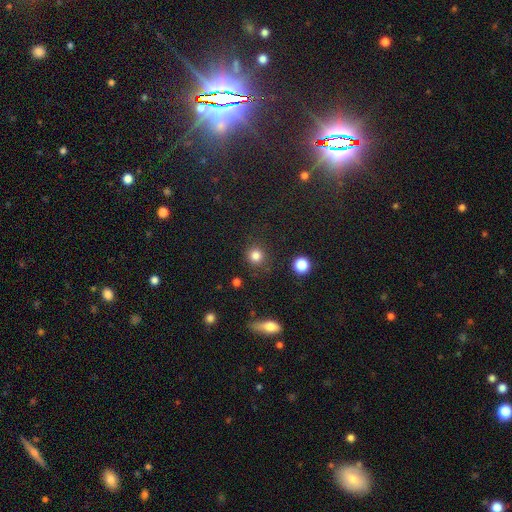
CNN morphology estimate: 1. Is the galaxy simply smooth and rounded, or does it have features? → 83% smooth, 12% star or artifact, 4% featured or disk.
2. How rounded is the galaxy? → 92% round, 7% in between, 1% cigar-shaped.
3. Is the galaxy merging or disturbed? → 86% none, 9% minor disturbance, 3% major disturbance, 2% merger.